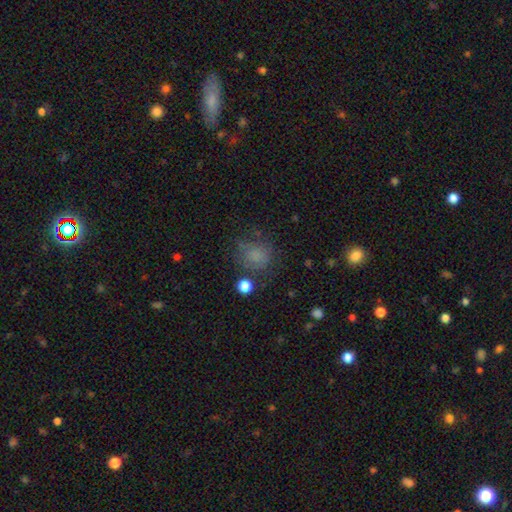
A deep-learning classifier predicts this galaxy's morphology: smooth-or-featured: smooth: 73% | star or artifact: 16% | featured or disk: 11%
  how-rounded: round: 76% | in between: 23% | cigar-shaped: 1%
  merging: none: 65% | minor disturbance: 19% | major disturbance: 11% | merger: 4%